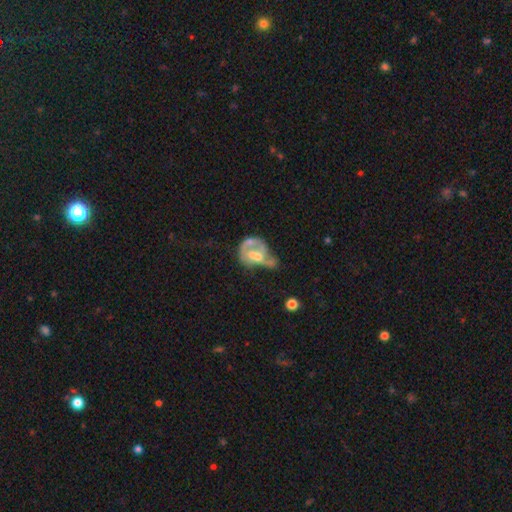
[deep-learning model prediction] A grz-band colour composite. It shows a featured or disk galaxy (58%) with no bar (67%), no spiral arms (66%) and a moderate central bulge (47%). Merging: major disturbance (37%).